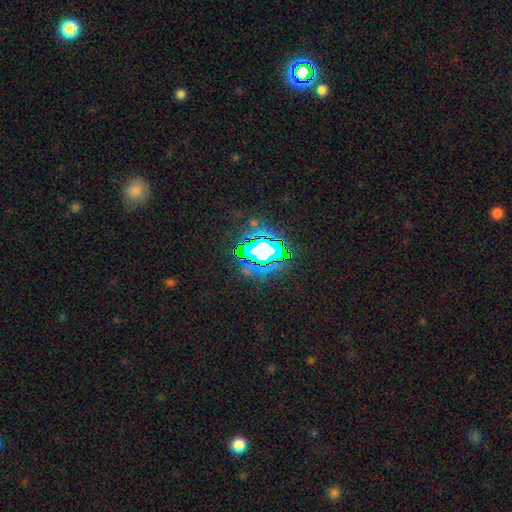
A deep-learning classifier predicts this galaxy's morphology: Smooth or featured? Predicted: star or artifact (p=0.81).